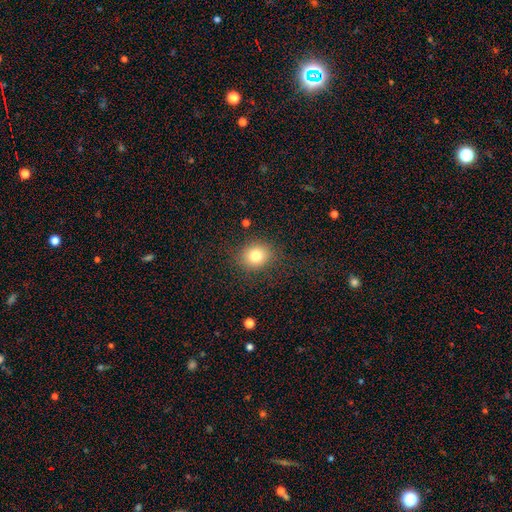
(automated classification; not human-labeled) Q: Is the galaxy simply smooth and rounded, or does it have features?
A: smooth — 79%.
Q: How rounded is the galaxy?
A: round — 72%.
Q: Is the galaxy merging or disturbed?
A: none — 84%.